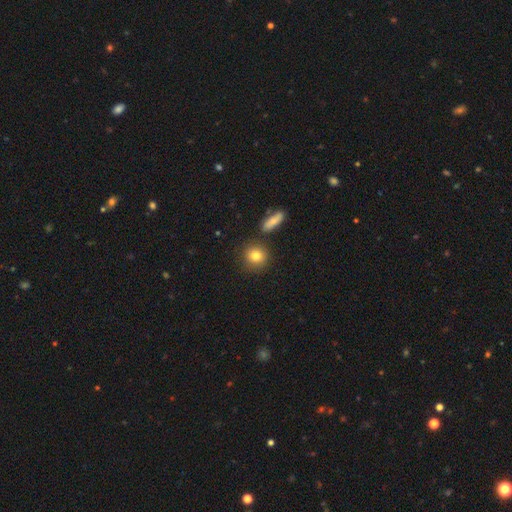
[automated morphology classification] smooth-or-featured: smooth: 81% | star or artifact: 10% | featured or disk: 9%
  how-rounded: round: 86% | in between: 13% | cigar-shaped: 2%
  merging: none: 82% | minor disturbance: 9% | merger: 7% | major disturbance: 2%